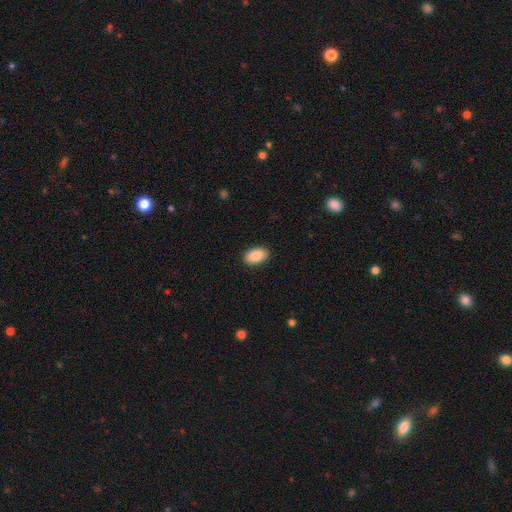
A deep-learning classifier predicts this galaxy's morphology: Q: Smooth or featured?
A: smooth (90%); runner-up: star or artifact (6%)
Q: How rounded?
A: in between (94%); runner-up: round (4%)
Q: Merging?
A: none (90%); runner-up: minor disturbance (8%)